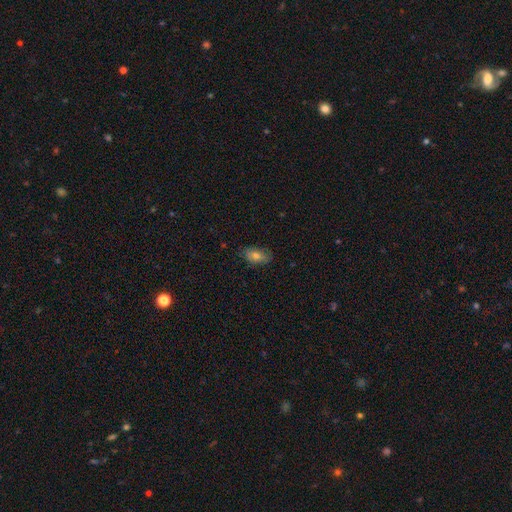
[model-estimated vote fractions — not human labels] Smooth or featured? Predicted: smooth (p=0.68). How rounded? Predicted: in between (p=0.88). Merging? Predicted: none (p=0.79).